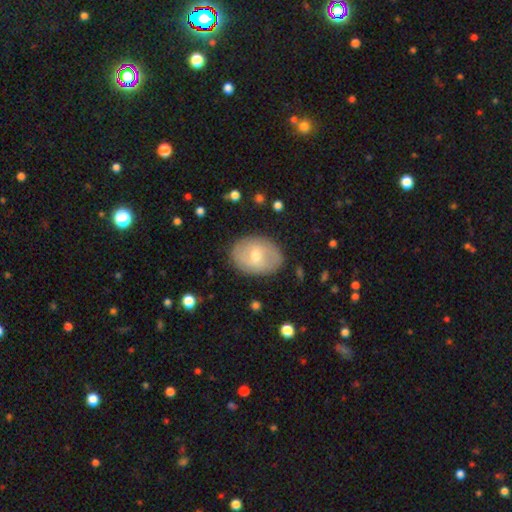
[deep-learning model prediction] A smooth galaxy with no disk features (51%) that is in between round and cigar-shaped (73%). Merging: none (84%).